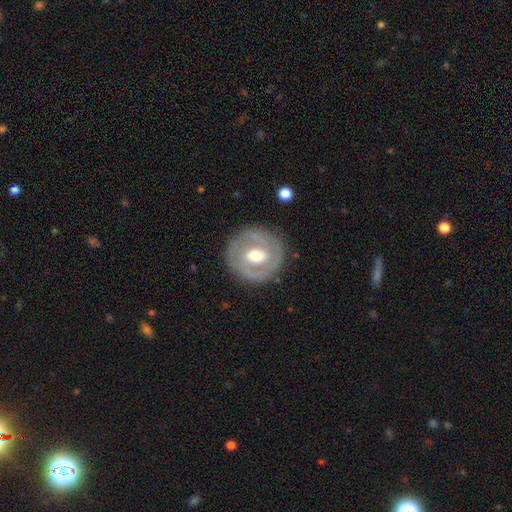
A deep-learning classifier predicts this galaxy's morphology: Smooth or featured? Predicted: featured or disk (p=0.64). Edge-on disk? Predicted: no (p=0.96). Bar? Predicted: weak (p=0.43). Spiral arms? Predicted: no (p=0.56). Bulge size? Predicted: moderate (p=0.73). Merging? Predicted: none (p=0.84).